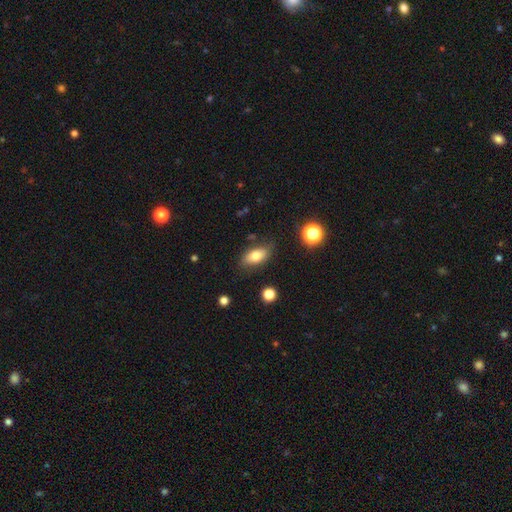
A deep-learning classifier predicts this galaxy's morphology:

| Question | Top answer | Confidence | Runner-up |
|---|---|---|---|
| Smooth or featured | smooth | 75% | featured or disk (17%) |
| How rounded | in between | 86% | cigar-shaped (8%) |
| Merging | none | 79% | minor disturbance (15%) |